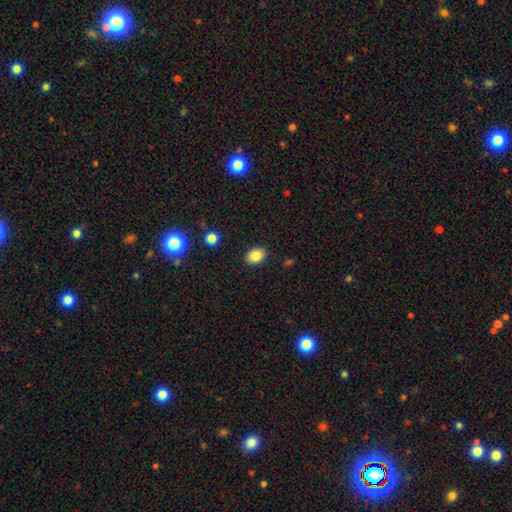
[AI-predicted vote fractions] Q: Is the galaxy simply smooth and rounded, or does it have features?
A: smooth — 85%.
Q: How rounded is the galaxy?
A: in between — 73%.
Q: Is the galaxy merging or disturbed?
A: none — 88%.